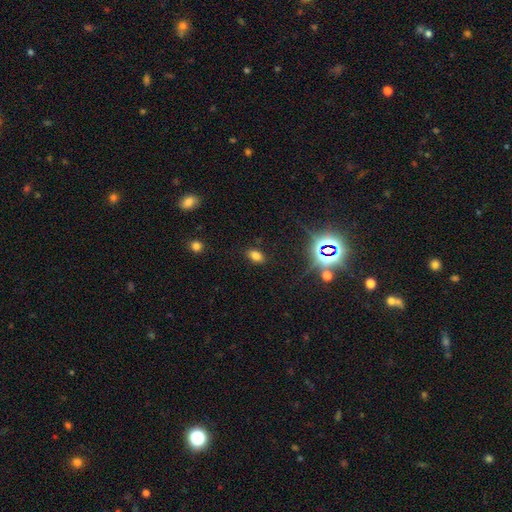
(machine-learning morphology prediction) Smooth or featured? smooth (73%)
How rounded? in between (87%)
Merging? none (86%)